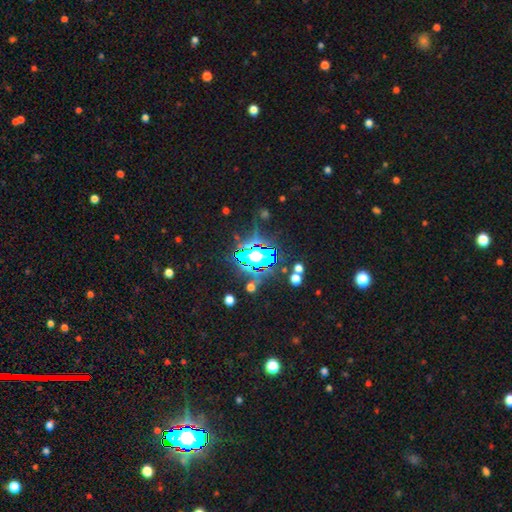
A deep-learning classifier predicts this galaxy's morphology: Smooth or featured: star or artifact — 64% (smooth — 22%)